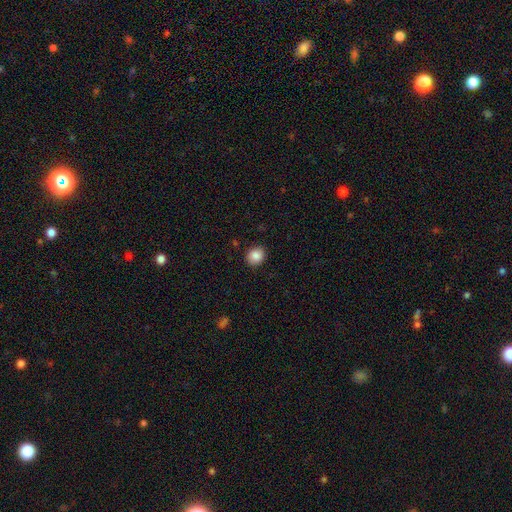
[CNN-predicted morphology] The model was most divided on "how rounded": round: 72%, in between: 27%, cigar-shaped: 1%. More confident: merging — none (90%); smooth or featured — smooth (87%).